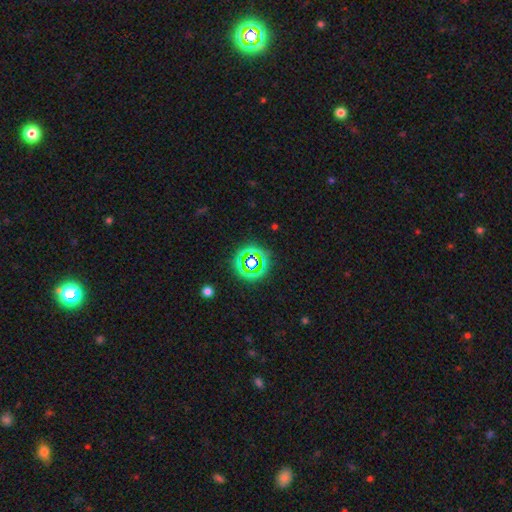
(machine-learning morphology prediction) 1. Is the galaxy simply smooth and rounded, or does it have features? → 49% star or artifact, 41% smooth, 10% featured or disk.